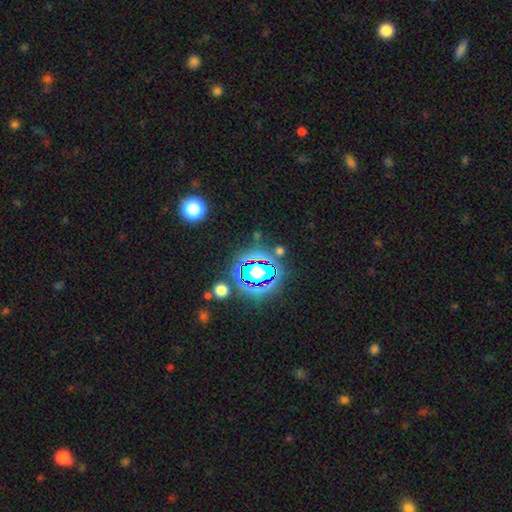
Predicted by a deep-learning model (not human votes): This is likely a star or artifact rather than a galaxy (79%).